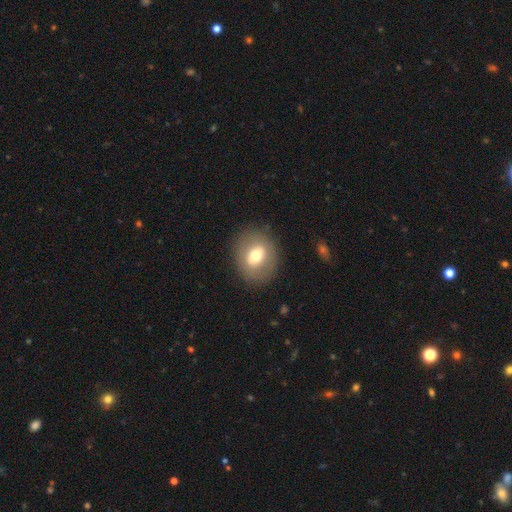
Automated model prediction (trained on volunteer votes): smooth-or-featured: smooth: 64% | featured or disk: 27% | star or artifact: 9%
  how-rounded: round: 60% | in between: 39% | cigar-shaped: 1%
  merging: none: 85% | minor disturbance: 10% | major disturbance: 4% | merger: 1%